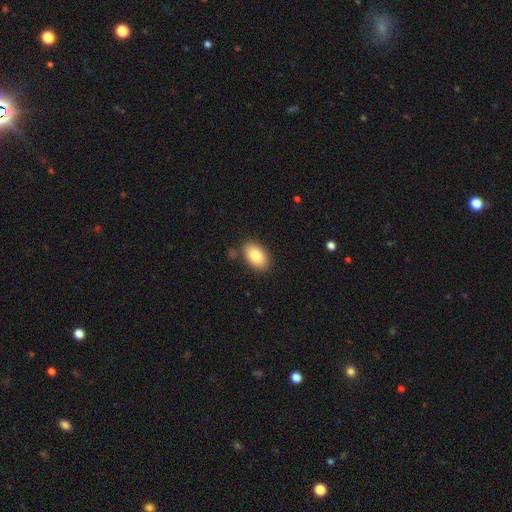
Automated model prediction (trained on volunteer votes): smooth 83%, featured or disk 10%, star or artifact 7%. Down the decision tree: how rounded — in between (91%); merging — none (83%).